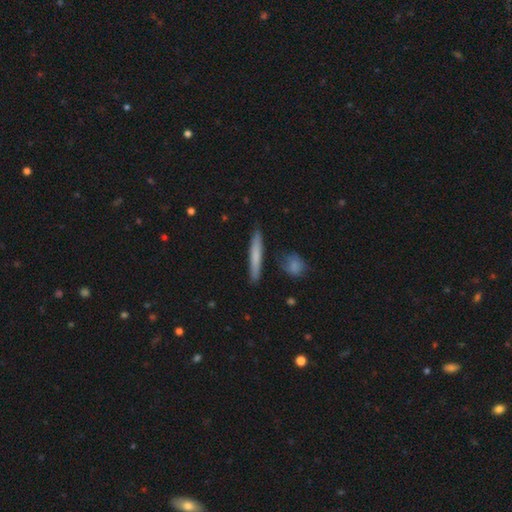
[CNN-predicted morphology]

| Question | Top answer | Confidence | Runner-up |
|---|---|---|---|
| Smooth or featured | smooth | 69% | featured or disk (26%) |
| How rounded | cigar-shaped | 94% | in between (4%) |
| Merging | none | 87% | minor disturbance (9%) |